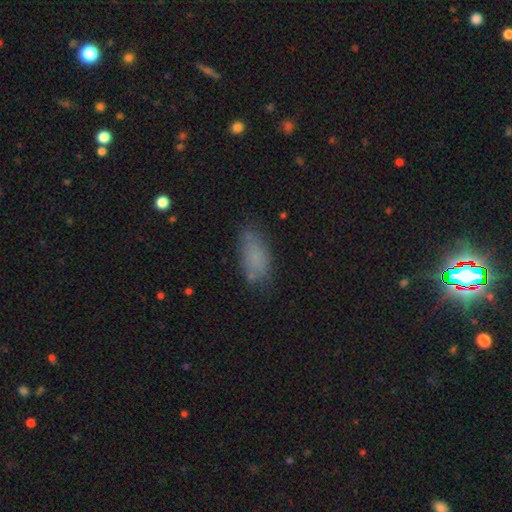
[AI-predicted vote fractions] Q: Smooth or featured?
A: smooth (79%); runner-up: star or artifact (11%)
Q: How rounded?
A: in between (85%); runner-up: cigar-shaped (12%)
Q: Merging?
A: none (70%); runner-up: minor disturbance (20%)